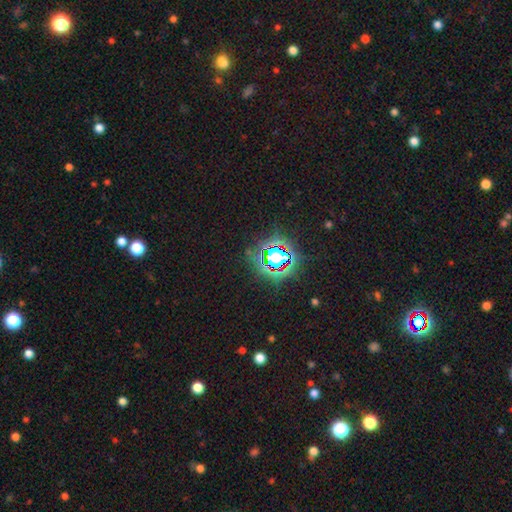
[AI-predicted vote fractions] A star or artifact, not a galaxy (81%).

Vote fractions:
- Smooth or featured? star or artifact: 81% / smooth: 11% / featured or disk: 8%